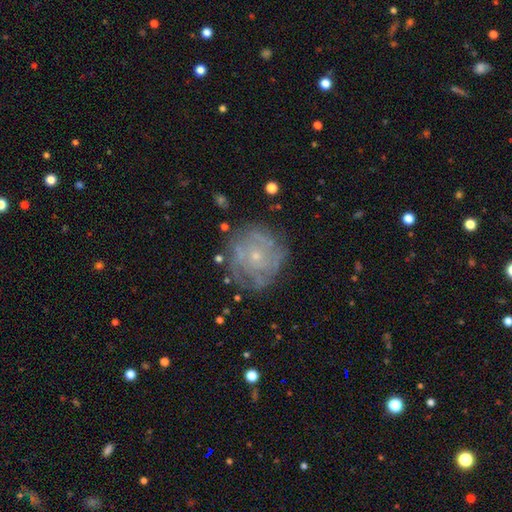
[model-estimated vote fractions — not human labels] This appears to be a featured or disk galaxy (69%) with no bar (84%), spiral arms (73%) and a small central bulge (78%). Merging: none (72%).